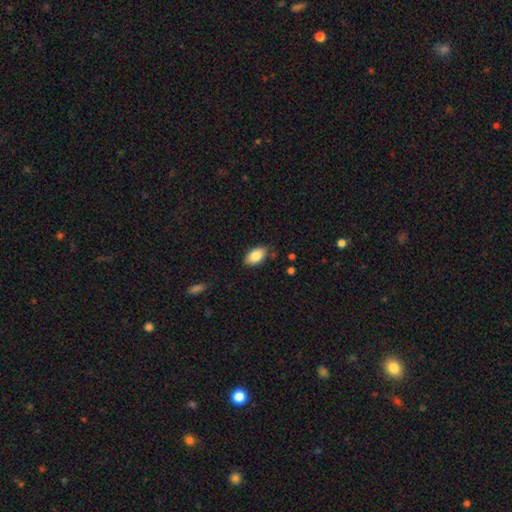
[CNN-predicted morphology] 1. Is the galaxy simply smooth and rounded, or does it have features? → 86% smooth, 7% featured or disk, 7% star or artifact.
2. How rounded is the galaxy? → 93% in between, 5% round, 2% cigar-shaped.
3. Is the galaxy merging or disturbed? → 83% none, 13% minor disturbance, 2% major disturbance, 1% merger.